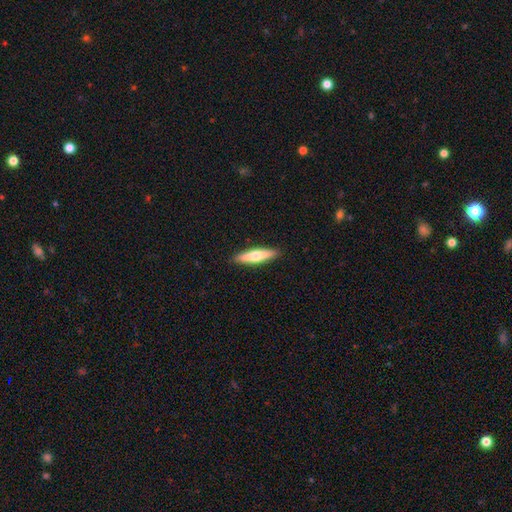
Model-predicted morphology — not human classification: Smooth or featured: smooth — 56% (featured or disk — 39%)
How rounded: cigar-shaped — 81% (in between — 17%)
Merging: none — 91% (minor disturbance — 7%)